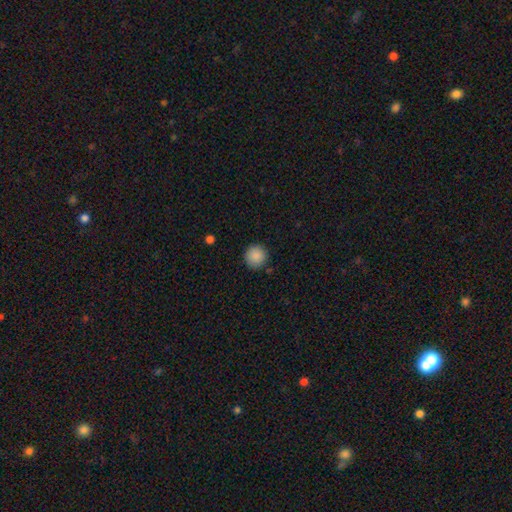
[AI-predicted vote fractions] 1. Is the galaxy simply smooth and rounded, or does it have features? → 88% smooth, 9% star or artifact, 3% featured or disk.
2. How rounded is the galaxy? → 95% round, 4% in between, 1% cigar-shaped.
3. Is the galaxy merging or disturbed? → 89% none, 7% minor disturbance, 2% major disturbance, 1% merger.